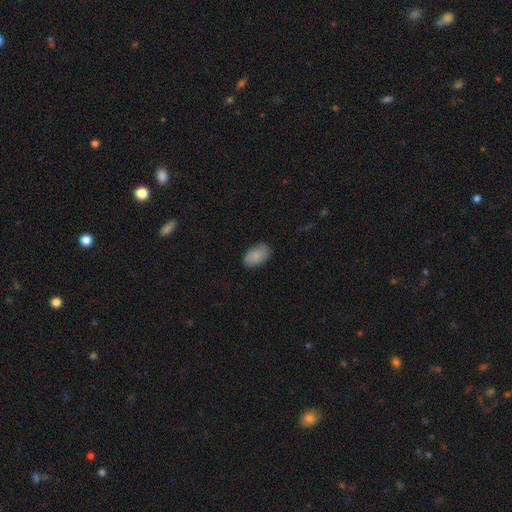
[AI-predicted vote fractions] smooth-or-featured: smooth: 88% | star or artifact: 7% | featured or disk: 5%
  how-rounded: in between: 94% | round: 5% | cigar-shaped: 2%
  merging: none: 84% | minor disturbance: 13% | major disturbance: 3% | merger: 1%